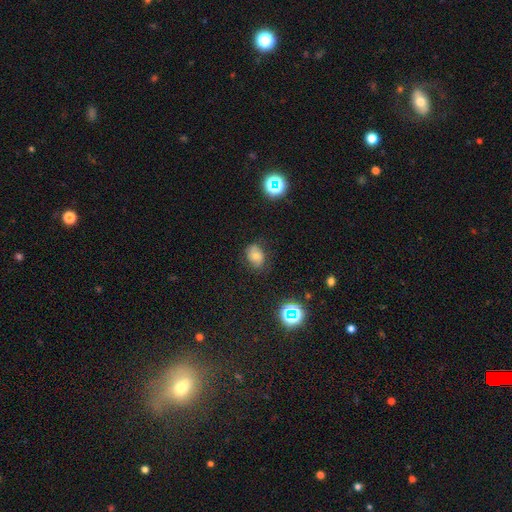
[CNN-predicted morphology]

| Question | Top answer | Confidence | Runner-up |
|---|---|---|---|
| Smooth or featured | smooth | 65% | featured or disk (18%) |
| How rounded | in between | 66% | round (33%) |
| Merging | none | 70% | minor disturbance (22%) |